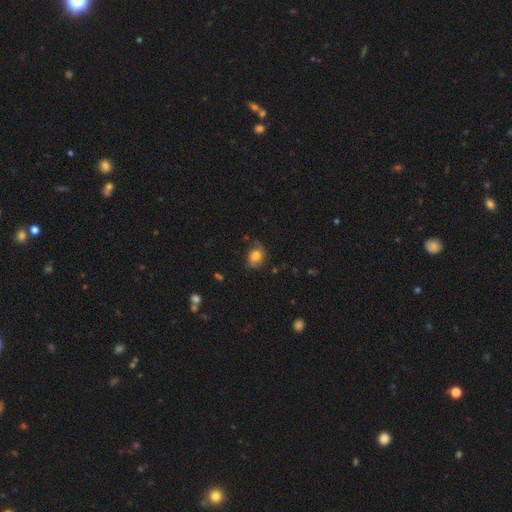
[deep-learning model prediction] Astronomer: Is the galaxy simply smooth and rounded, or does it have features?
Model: smooth — 72%.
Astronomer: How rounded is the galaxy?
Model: in between — 59% (runner-up: round, 40%).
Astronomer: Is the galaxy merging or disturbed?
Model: none — 57%.